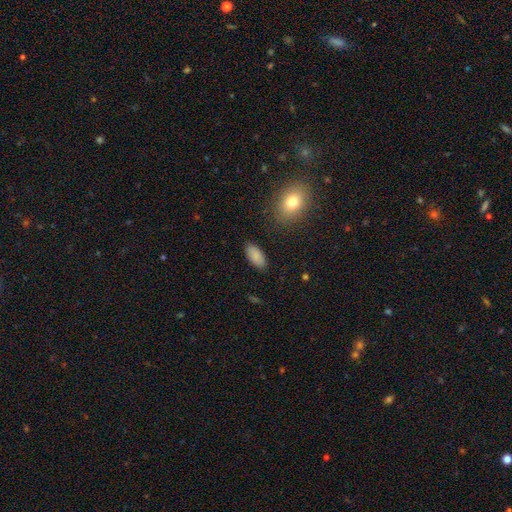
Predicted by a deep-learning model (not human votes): A smooth galaxy with no disk features (87%) that is in between round and cigar-shaped (91%). Merging: none (86%).